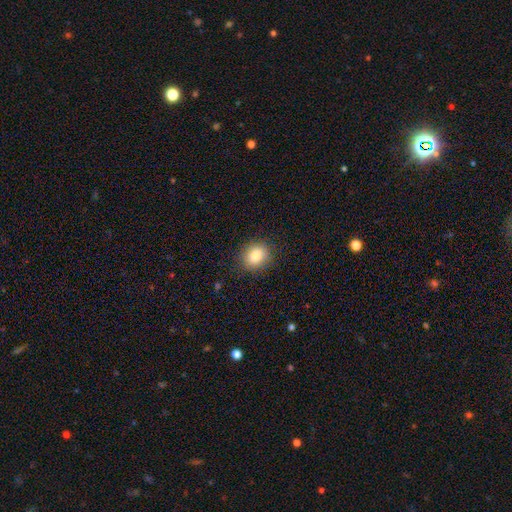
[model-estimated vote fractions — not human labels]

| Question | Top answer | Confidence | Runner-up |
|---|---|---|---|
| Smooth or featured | smooth | 82% | star or artifact (10%) |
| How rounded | round | 73% | in between (26%) |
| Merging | none | 87% | minor disturbance (9%) |